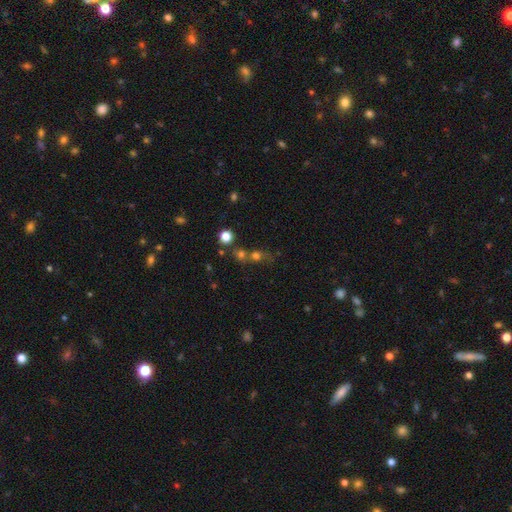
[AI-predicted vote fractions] The model was most divided on "merging" (2-way tie): none: 42%, merger: 42%, minor disturbance: 9%, major disturbance: 8%. More confident: how rounded — round (80%); smooth or featured — smooth (63%).